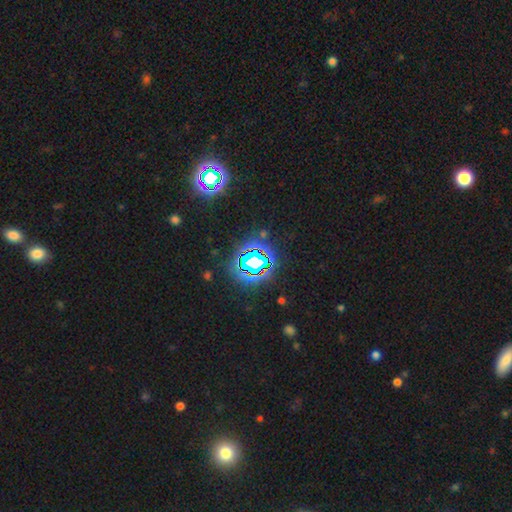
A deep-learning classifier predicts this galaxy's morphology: This is clearly a star or artifact rather than a galaxy (82%).